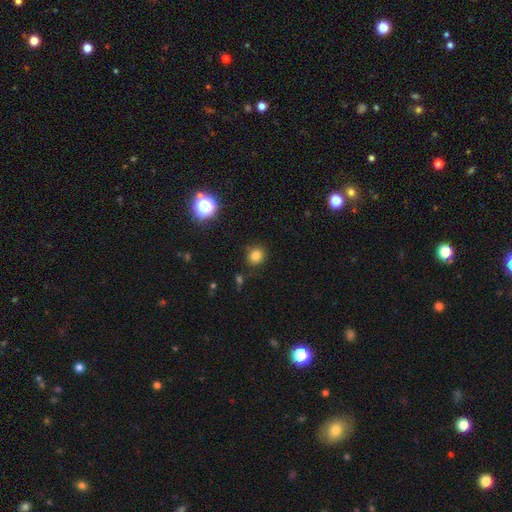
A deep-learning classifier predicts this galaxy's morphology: Smooth or featured? smooth (80%)
How rounded? round (83%)
Merging? none (87%)